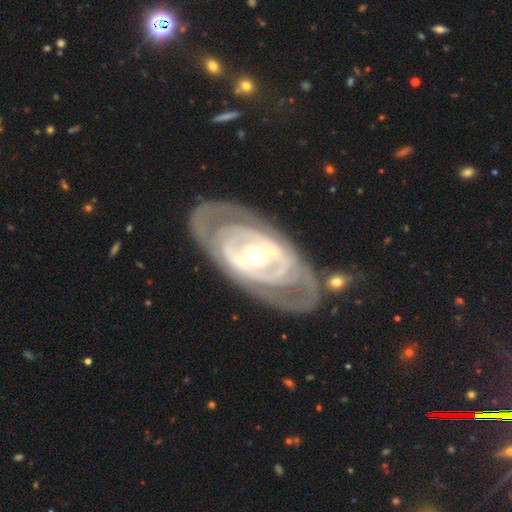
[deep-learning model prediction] This appears to be a featured or disk galaxy (85%) with no bar (50%), tight (70%) spiral arms (65%) and a moderate central bulge (65%). Merging: none (72%).